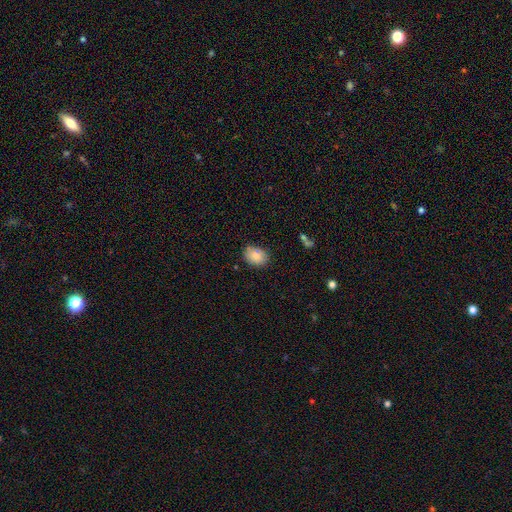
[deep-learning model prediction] The model was most divided on "how rounded": in between: 63%, round: 36%, cigar-shaped: 1%. More confident: smooth or featured — smooth (82%); merging — none (80%).